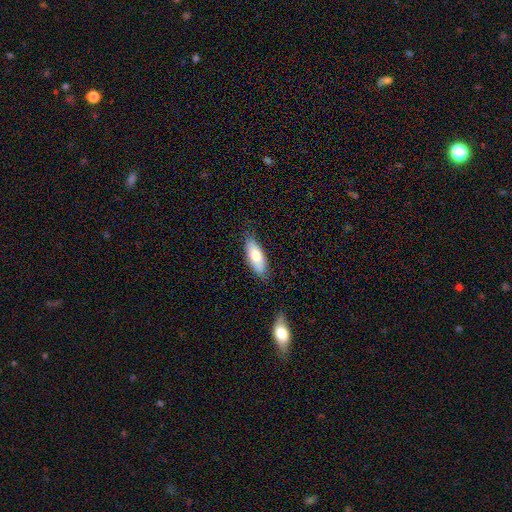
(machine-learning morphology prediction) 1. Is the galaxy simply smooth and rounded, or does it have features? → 77% smooth, 17% featured or disk, 6% star or artifact.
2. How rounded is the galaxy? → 75% in between, 23% cigar-shaped, 2% round.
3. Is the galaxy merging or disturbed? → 82% none, 14% minor disturbance, 3% major disturbance, 1% merger.